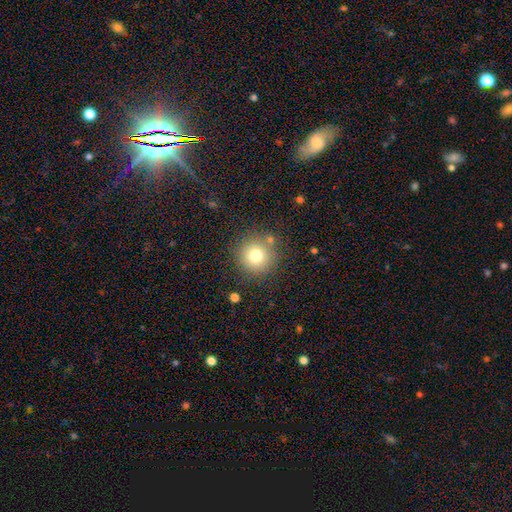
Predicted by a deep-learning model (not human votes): The model was most divided on "smooth or featured": smooth: 76%, star or artifact: 13%, featured or disk: 10%. More confident: how rounded — round (95%); merging — none (83%).